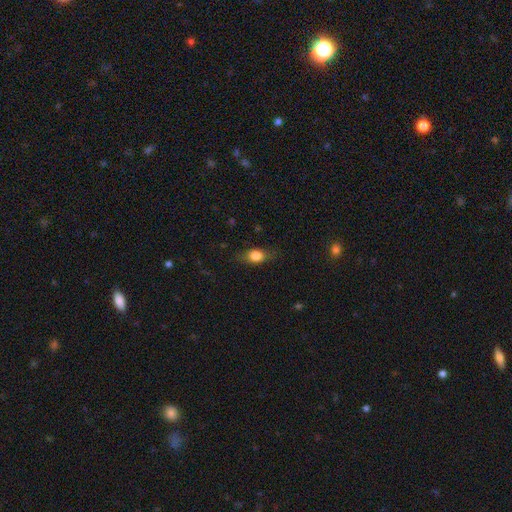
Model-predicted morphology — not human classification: A smooth galaxy with no disk features (78%) that is in between round and cigar-shaped (68%).

Vote fractions:
- Smooth or featured? smooth: 78% / featured or disk: 13% / star or artifact: 9%
- How rounded? in between: 68% / round: 25% / cigar-shaped: 7%
- Merging? none: 77% / minor disturbance: 17% / major disturbance: 5% / merger: 1%